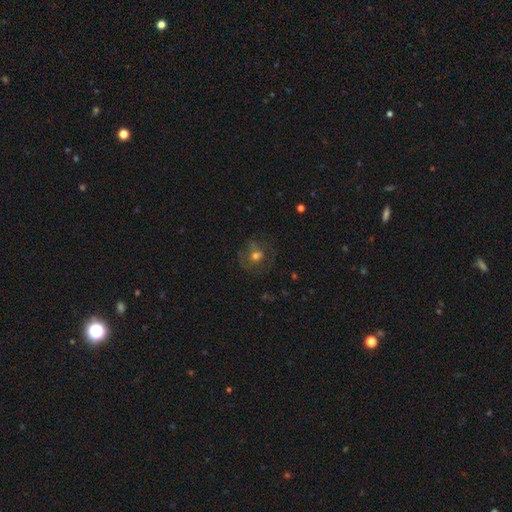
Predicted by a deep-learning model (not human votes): This is marginally a smooth galaxy (44%). Merging: possibly none (54%).